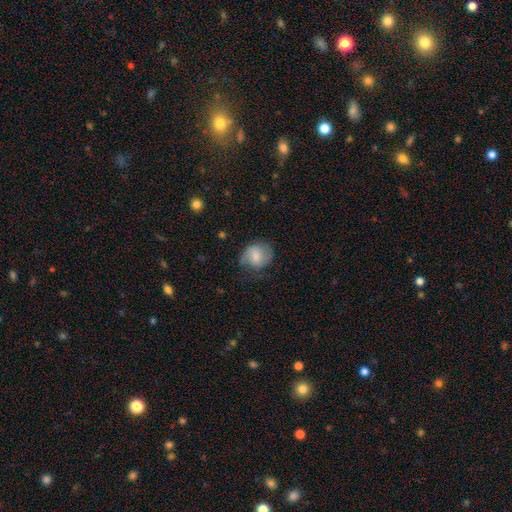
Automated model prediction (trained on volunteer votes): Smooth or featured: smooth — 64% (featured or disk — 28%)
How rounded: round — 68% (in between — 31%)
Merging: none — 60% (minor disturbance — 27%)